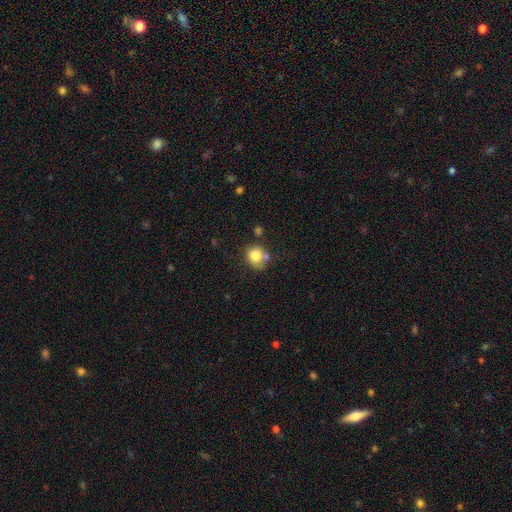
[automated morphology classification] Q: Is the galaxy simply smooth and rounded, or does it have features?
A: smooth — 81%.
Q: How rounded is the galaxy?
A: round — 70%.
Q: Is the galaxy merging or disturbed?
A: none — 50%.